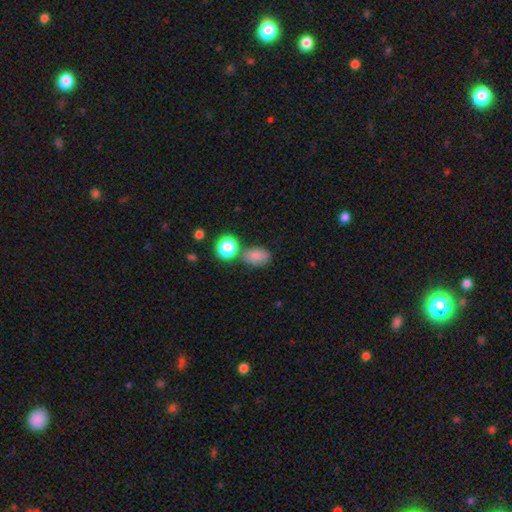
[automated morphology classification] Smooth or featured: smooth — 80% (star or artifact — 12%)
How rounded: in between — 79% (round — 20%)
Merging: none — 63% (minor disturbance — 18%)